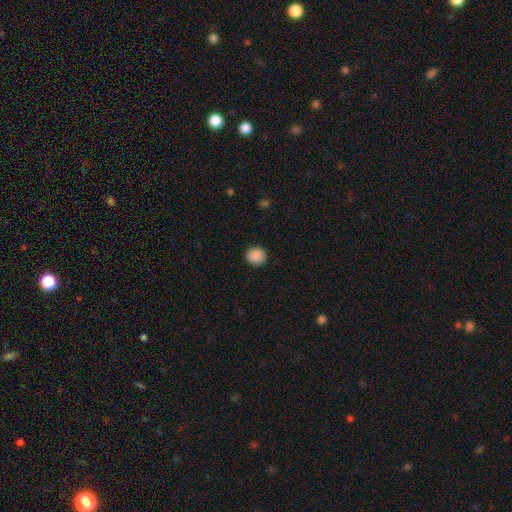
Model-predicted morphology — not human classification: Smooth or featured?
  - smooth: 89% *
  - star or artifact: 8%
  - featured or disk: 3%
How rounded?
  - round: 82% *
  - in between: 17%
  - cigar-shaped: 1%
Merging?
  - none: 90% *
  - minor disturbance: 7%
  - major disturbance: 2%
  - merger: 1%